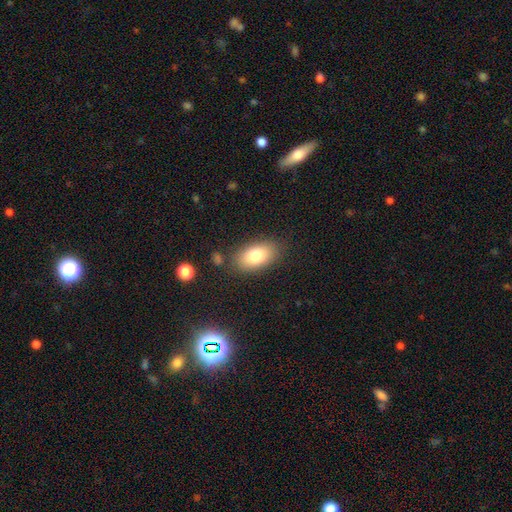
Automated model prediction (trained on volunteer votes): Smooth or featured? Predicted: smooth (p=0.79). How rounded? Predicted: in between (p=0.92). Merging? Predicted: none (p=0.82).